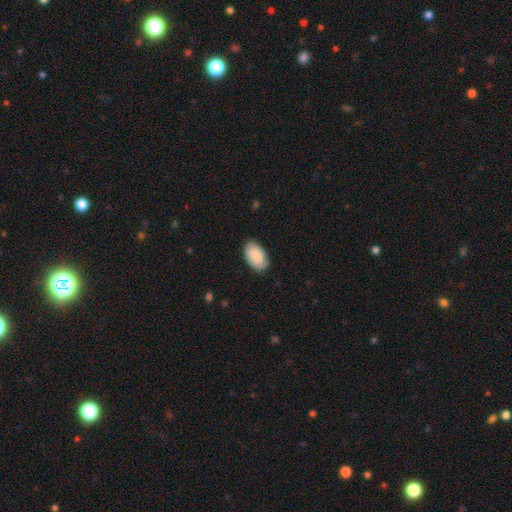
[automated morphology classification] smooth_or_featured: smooth (p=0.77) [alt: featured or disk p=0.17]
how_rounded: in between (p=0.95) [alt: round p=0.04]
merging: none (p=0.82) [alt: minor disturbance p=0.15]